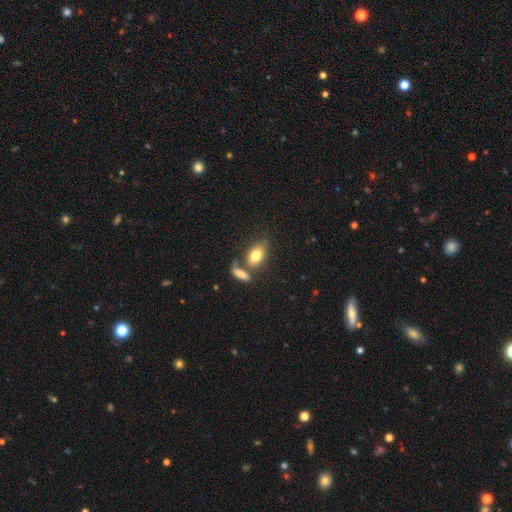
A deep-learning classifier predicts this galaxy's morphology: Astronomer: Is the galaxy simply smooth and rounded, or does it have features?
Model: smooth — 78%.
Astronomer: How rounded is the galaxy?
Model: in between — 87%.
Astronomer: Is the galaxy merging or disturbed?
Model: none — 50% (runner-up: merger, 32%).